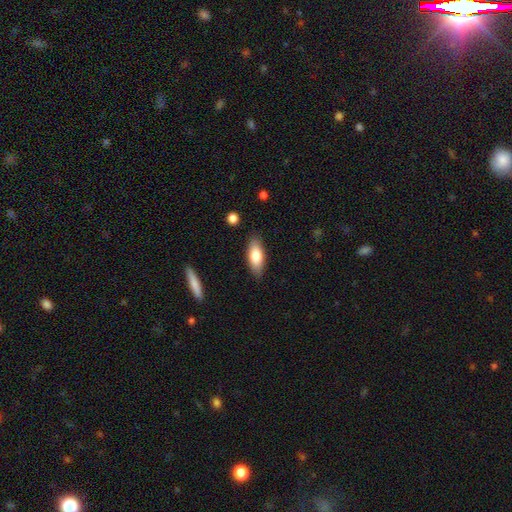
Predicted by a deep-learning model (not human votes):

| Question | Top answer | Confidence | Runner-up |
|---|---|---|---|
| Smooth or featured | smooth | 77% | featured or disk (16%) |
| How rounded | in between | 78% | cigar-shaped (20%) |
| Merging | none | 86% | minor disturbance (10%) |